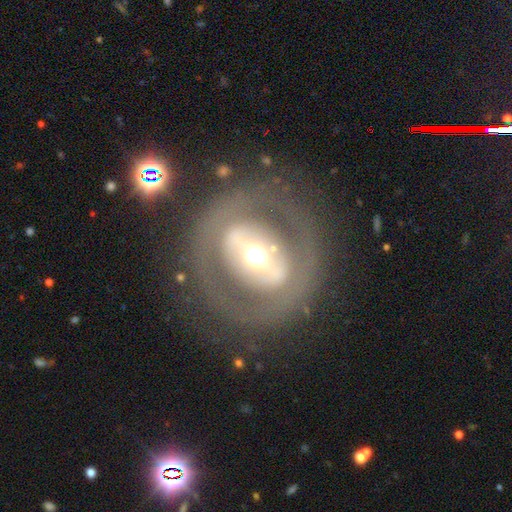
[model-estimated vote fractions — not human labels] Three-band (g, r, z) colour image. It shows a featured or disk galaxy (67%) with a strong bar (47%), no spiral arms (82%) and a moderate central bulge (61%). Merging: none (78%).